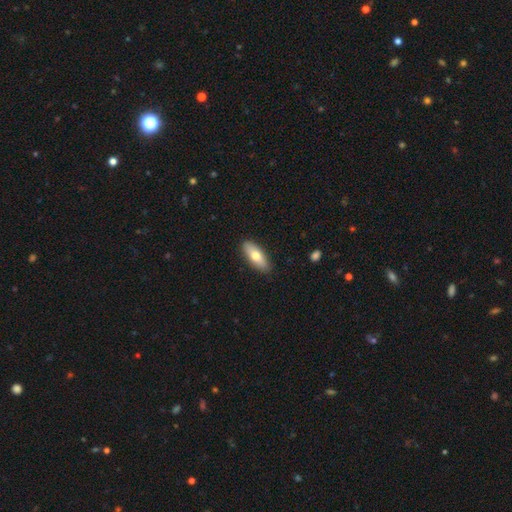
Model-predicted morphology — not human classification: Smooth or featured: smooth — 69% (featured or disk — 25%)
How rounded: in between — 70% (cigar-shaped — 27%)
Merging: none — 89% (minor disturbance — 8%)